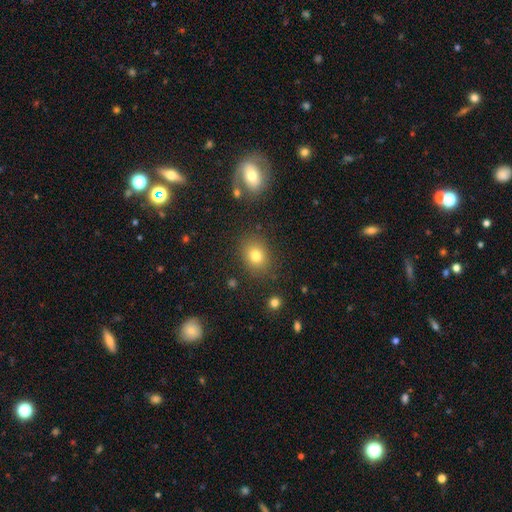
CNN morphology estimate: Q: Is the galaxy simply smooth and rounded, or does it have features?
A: smooth — 79%.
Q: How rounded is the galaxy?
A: in between — 53%.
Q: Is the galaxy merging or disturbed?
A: none — 83%.